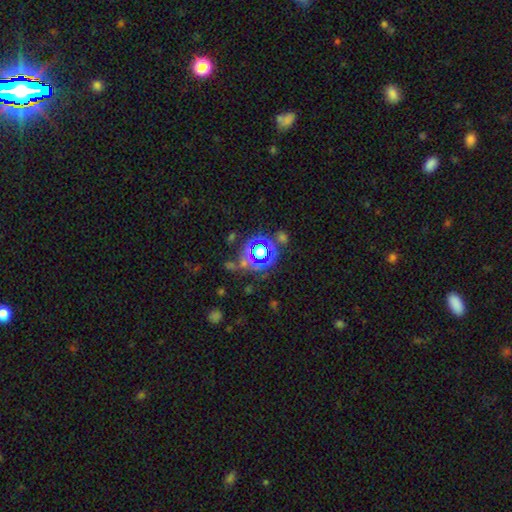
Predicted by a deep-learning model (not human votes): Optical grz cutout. It shows a star or artifact, not a galaxy (72%).